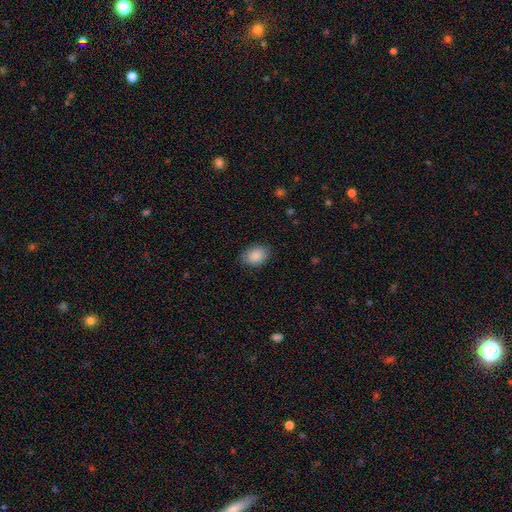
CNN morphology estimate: smooth-or-featured: smooth: 89% | star or artifact: 7% | featured or disk: 4%
  how-rounded: in between: 72% | round: 27% | cigar-shaped: 1%
  merging: none: 83% | minor disturbance: 13% | major disturbance: 3% | merger: 1%